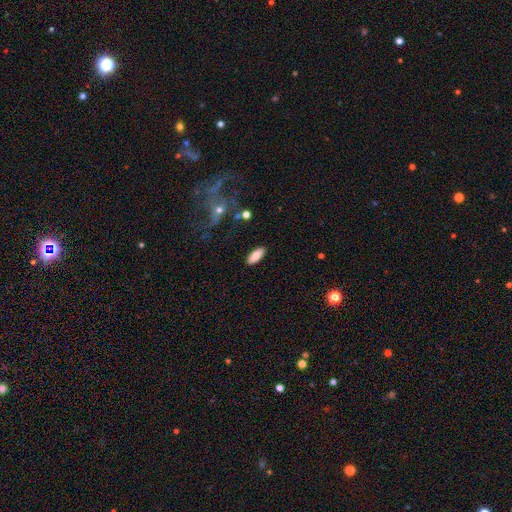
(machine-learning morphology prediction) Smooth or featured? smooth (82%)
How rounded? in between (77%)
Merging? none (88%)